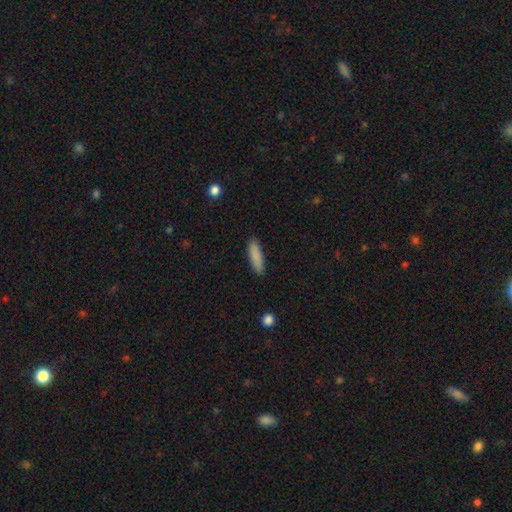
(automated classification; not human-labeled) The model was most divided on "how rounded": cigar-shaped: 61%, in between: 37%, round: 2%. More confident: merging — none (88%); smooth or featured — smooth (87%).